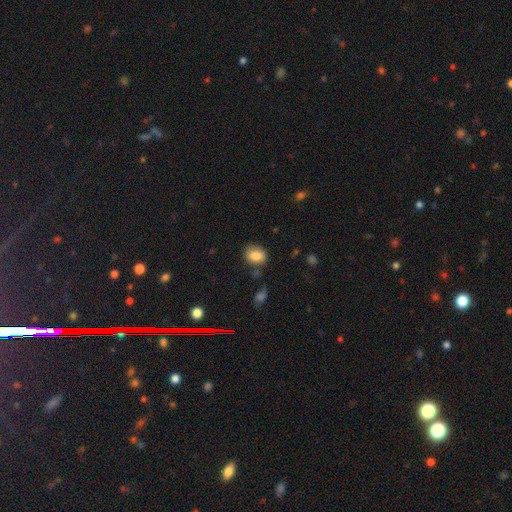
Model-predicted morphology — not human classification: Smooth or featured: smooth — 83% (star or artifact — 9%)
How rounded: in between — 57% (round — 42%)
Merging: none — 72% (minor disturbance — 18%)